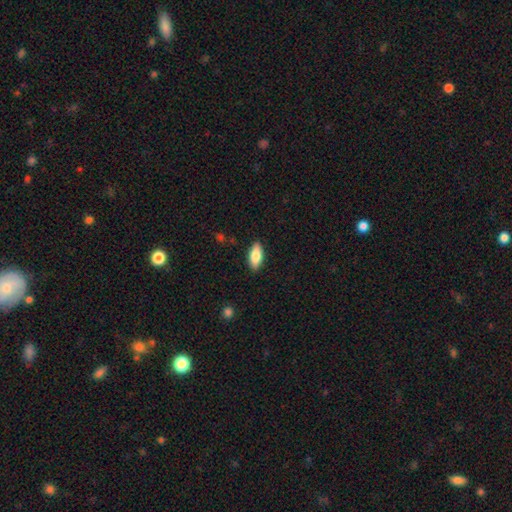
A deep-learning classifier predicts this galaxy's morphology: type=smooth (80%); roundness=in between (82%); merging=none (88%).